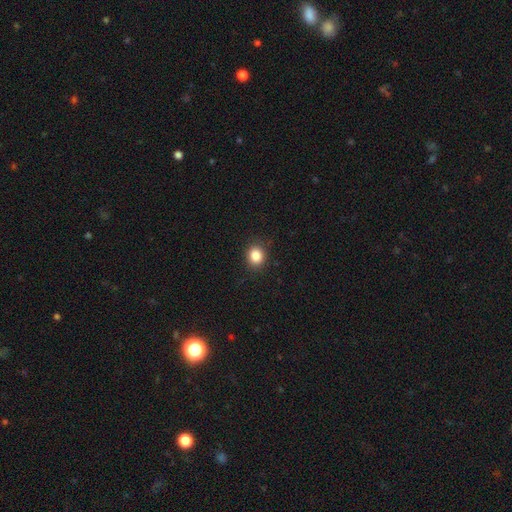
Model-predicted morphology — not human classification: smooth_or_featured: smooth (p=0.86) [alt: star or artifact p=0.10]
how_rounded: round (p=0.70) [alt: in between p=0.29]
merging: none (p=0.88) [alt: minor disturbance p=0.08]